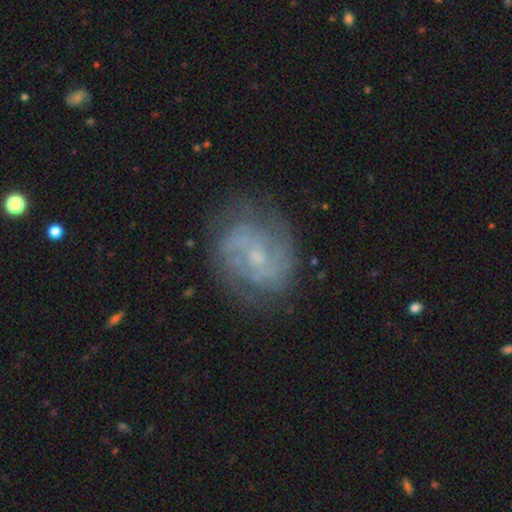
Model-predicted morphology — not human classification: type=featured or disk (79%); edge-on=no (98%); bar=no (55%); spiral arms=yes (91%); winding=tight (44%); arm count=2 (57%); bulge=small (64%); merging=none (73%).